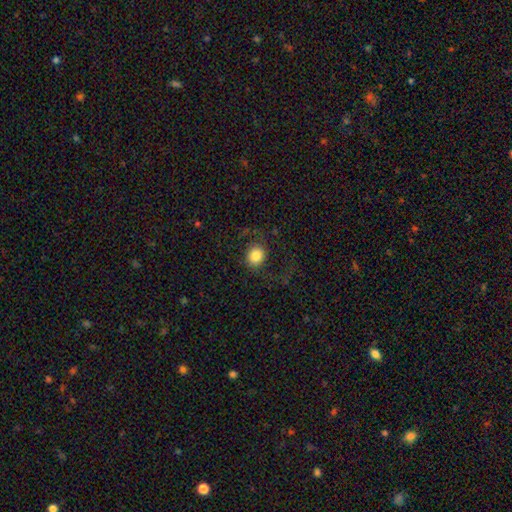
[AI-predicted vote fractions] A smooth galaxy with no disk features (78%) that is round (77%). Merging: none (69%).